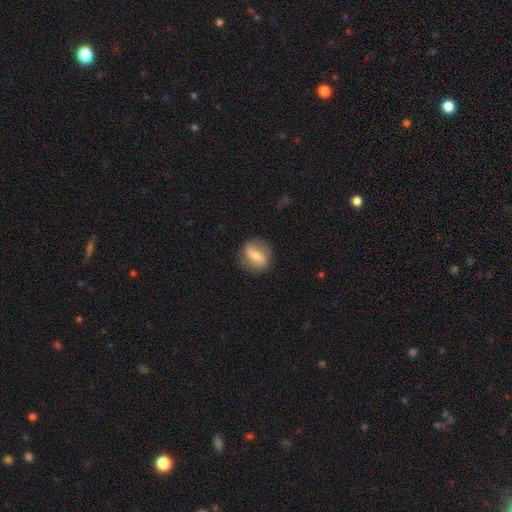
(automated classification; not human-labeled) A smooth galaxy with no disk features (48%). Merging: none (79%).